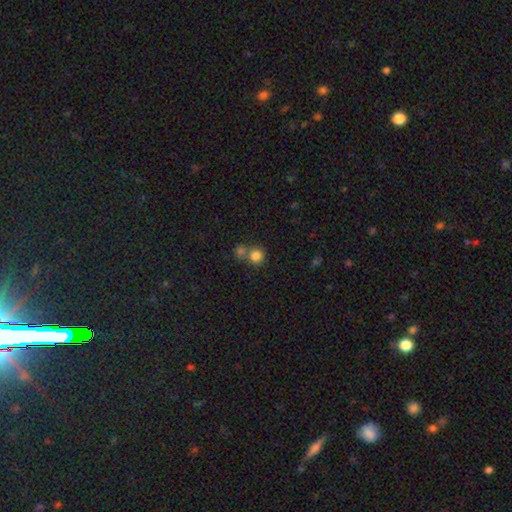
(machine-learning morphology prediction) type=smooth (83%); roundness=round (90%); merging=none (53%).